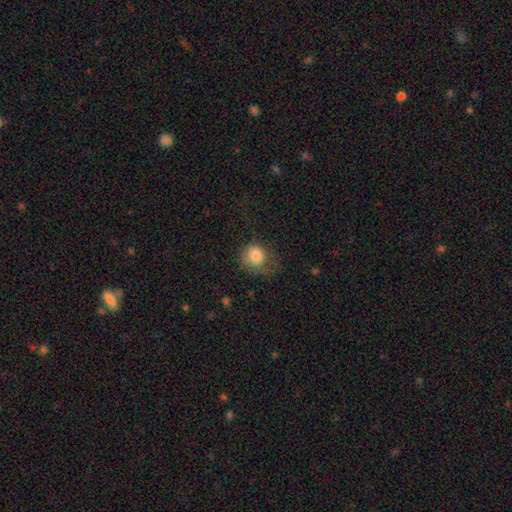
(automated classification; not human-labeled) smooth_or_featured: smooth (p=0.81) [alt: featured or disk p=0.10]
how_rounded: round (p=0.77) [alt: in between p=0.22]
merging: none (p=0.42) [alt: minor disturbance p=0.29]